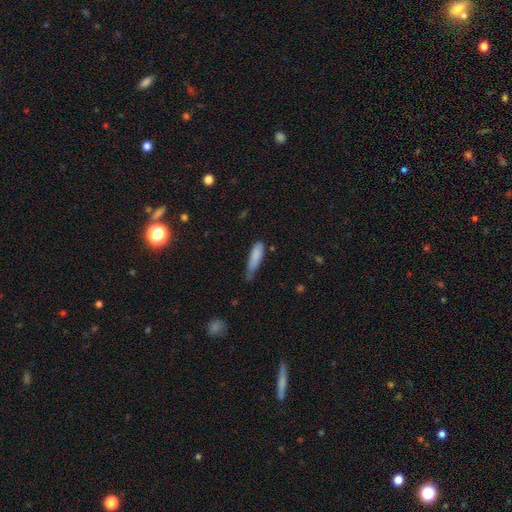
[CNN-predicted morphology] Smooth or featured?
  - smooth: 84% *
  - featured or disk: 10%
  - star or artifact: 6%
How rounded?
  - cigar-shaped: 65% *
  - in between: 34%
  - round: 2%
Merging?
  - minor disturbance: 44% *
  - none: 41%
  - major disturbance: 10%
  - merger: 4%